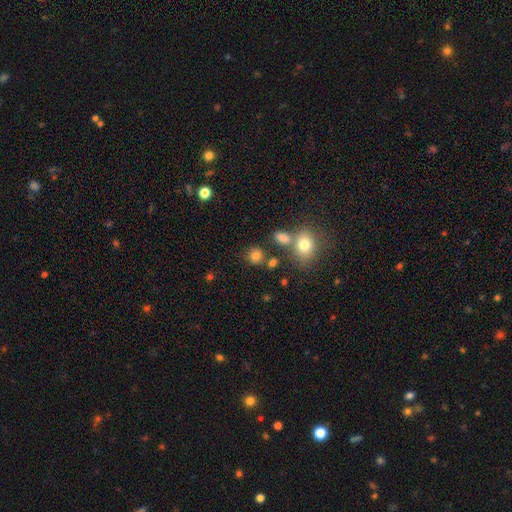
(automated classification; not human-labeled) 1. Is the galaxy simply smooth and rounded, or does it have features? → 79% smooth, 14% star or artifact, 7% featured or disk.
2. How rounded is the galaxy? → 81% round, 18% in between, 1% cigar-shaped.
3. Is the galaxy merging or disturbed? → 72% none, 13% merger, 10% minor disturbance, 4% major disturbance.